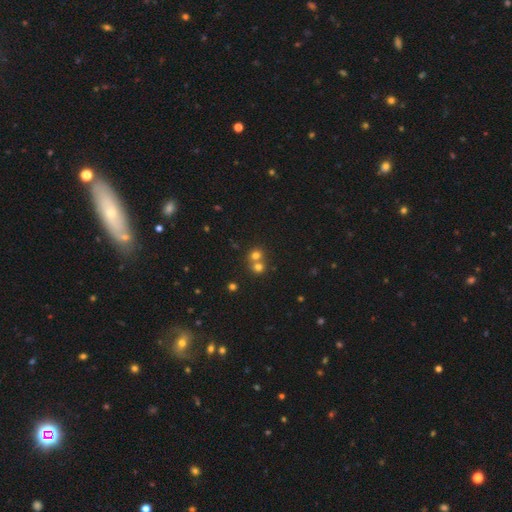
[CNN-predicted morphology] A smooth galaxy with no disk features (73%) that is round (85%). Merging: merger (52%).